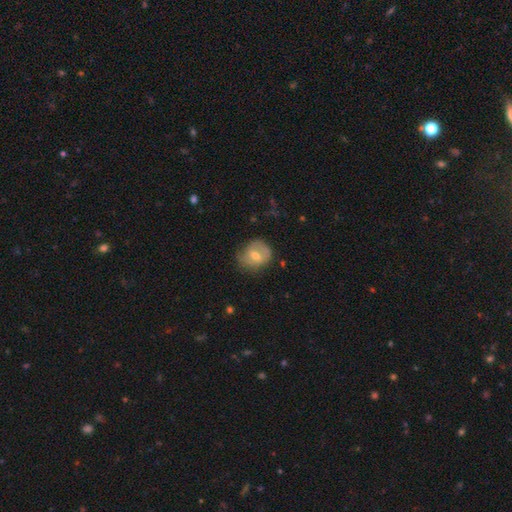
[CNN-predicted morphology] This appears to be a smooth galaxy with no disk features (49%). Merging: none (62%).